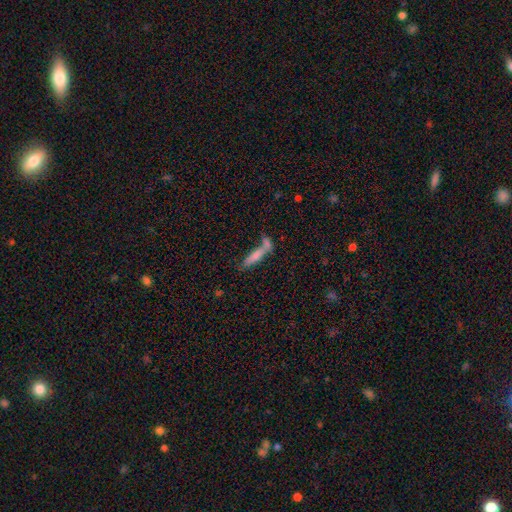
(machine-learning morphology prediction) Smooth or featured? Predicted: smooth (p=0.73). How rounded? Predicted: cigar-shaped (p=0.73). Merging? Predicted: merger (p=0.46).